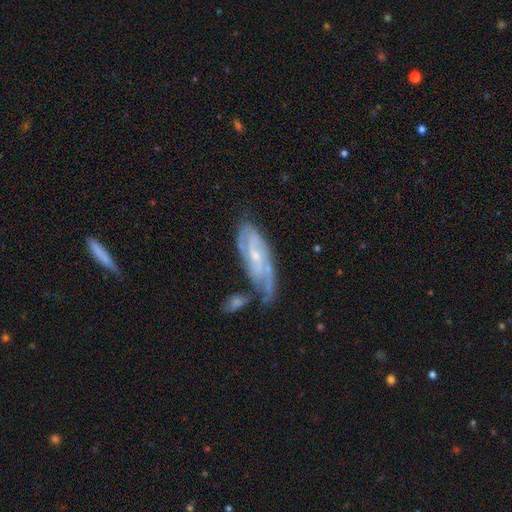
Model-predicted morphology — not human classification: type=featured or disk (81%); edge-on=no (90%); bar=no (45%); spiral arms=yes (94%); winding=tight (50%); arm count=2 (53%); bulge=small (69%); merging=none (48%).